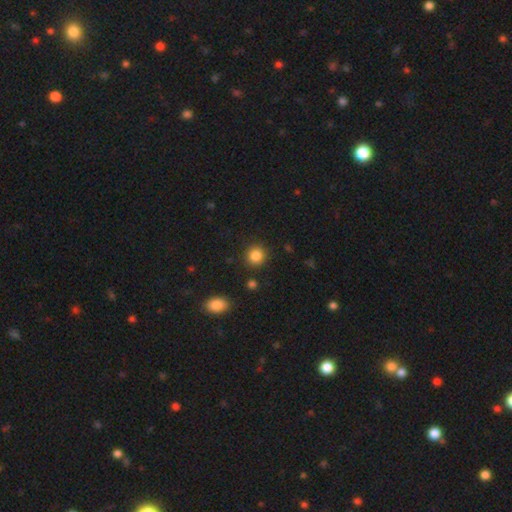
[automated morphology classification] Smooth or featured? smooth (86%)
How rounded? round (90%)
Merging? none (89%)